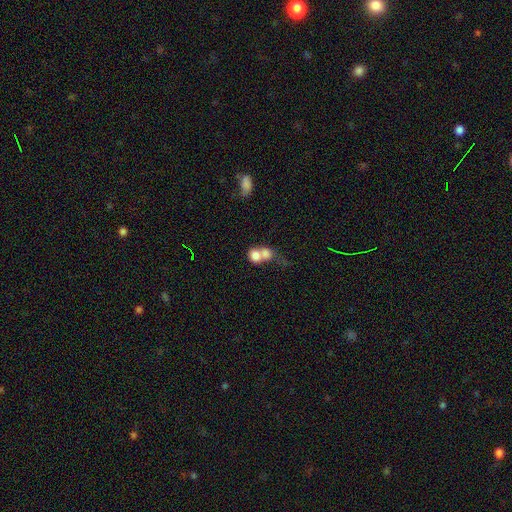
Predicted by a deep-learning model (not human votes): smooth 72%, featured or disk 17%, star or artifact 10%. Down the decision tree: how rounded — round (53%); merging — merger (69%).